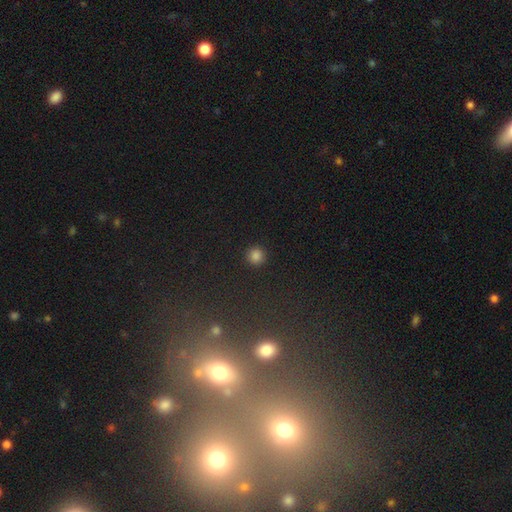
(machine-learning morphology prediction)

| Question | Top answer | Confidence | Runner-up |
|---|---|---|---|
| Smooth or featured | smooth | 83% | star or artifact (13%) |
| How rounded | round | 95% | in between (4%) |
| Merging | none | 92% | minor disturbance (5%) |